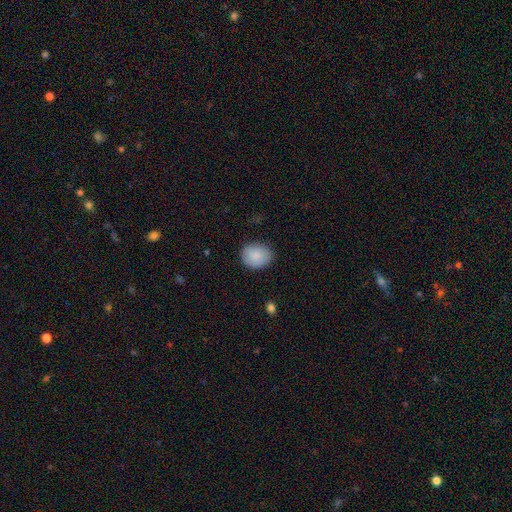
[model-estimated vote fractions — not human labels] Morphology: type=smooth (88%); roundness=round (57%); merging=none (82%).